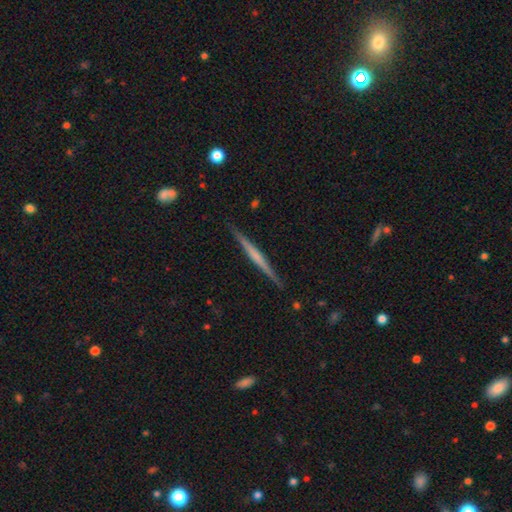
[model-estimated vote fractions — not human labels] Smooth or featured: featured or disk — 65% (smooth — 29%)
Edge-on disk: yes — 98% (no — 2%)
Edge-on bulge: none — 62% (rounded — 24%)
Merging: none — 90% (minor disturbance — 7%)